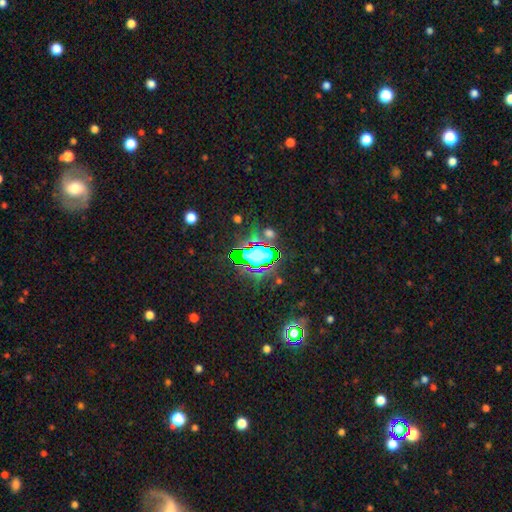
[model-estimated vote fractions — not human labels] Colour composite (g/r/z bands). It shows a star or artifact, not a galaxy (61%).